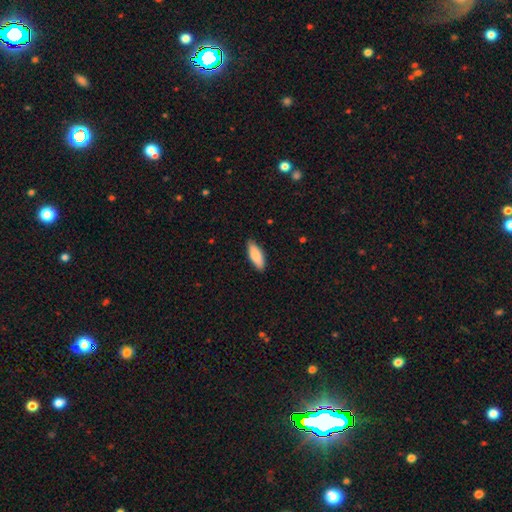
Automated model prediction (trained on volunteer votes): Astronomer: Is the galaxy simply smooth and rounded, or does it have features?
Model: smooth — 86%.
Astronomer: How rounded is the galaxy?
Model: in between — 70%.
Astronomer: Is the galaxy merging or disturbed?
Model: none — 87%.